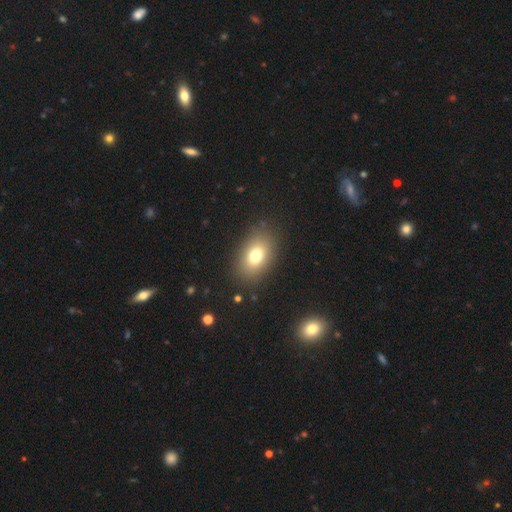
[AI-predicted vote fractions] This is likely a smooth galaxy (75%). How rounded: clearly in between (80%). Merging: clearly none (86%).